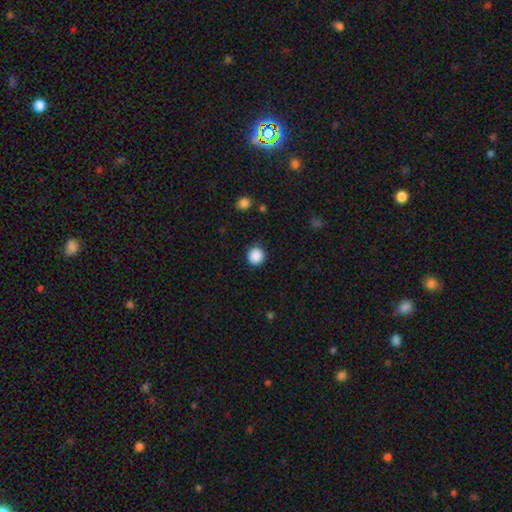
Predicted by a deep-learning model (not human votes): Smooth or featured: smooth — 89% (star or artifact — 9%)
How rounded: round — 95% (in between — 4%)
Merging: none — 90% (minor disturbance — 7%)